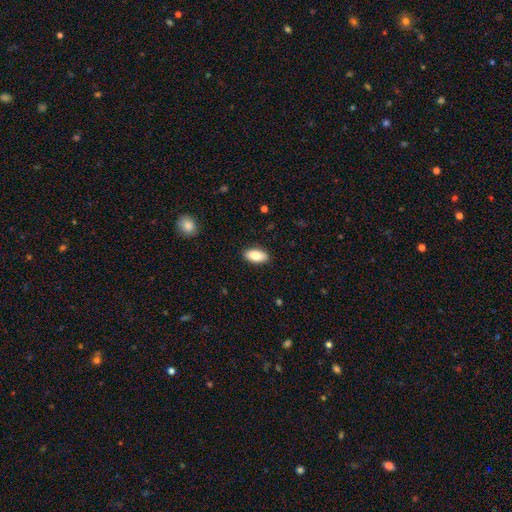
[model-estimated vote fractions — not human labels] This appears to be a smooth galaxy with no disk features (84%) that is in between round and cigar-shaped (92%). Merging: none (90%).